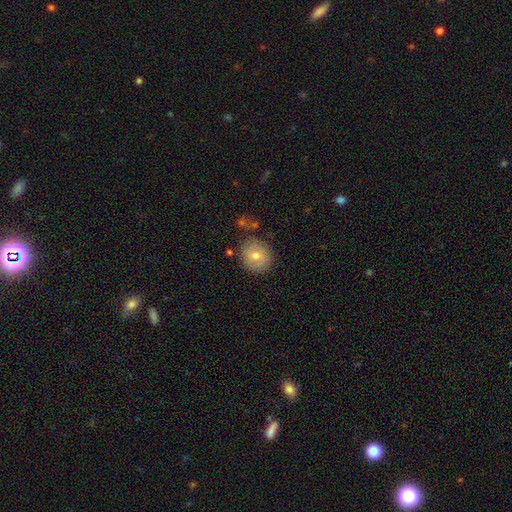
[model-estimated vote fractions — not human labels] This appears to be a smooth galaxy with no disk features (67%) that is round (77%). Merging: none (82%).